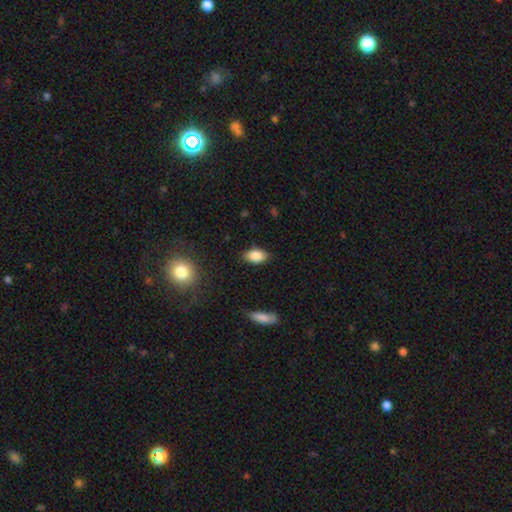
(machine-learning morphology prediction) smooth 84%, star or artifact 8%, featured or disk 7%. Down the decision tree: how rounded — in between (89%); merging — none (83%).